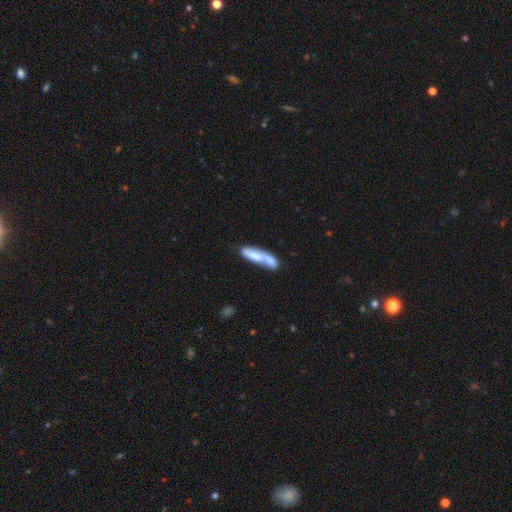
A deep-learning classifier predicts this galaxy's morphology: The model was most divided on "how rounded": cigar-shaped: 60%, in between: 38%, round: 2%. More confident: smooth or featured — smooth (63%); merging — merger (53%).